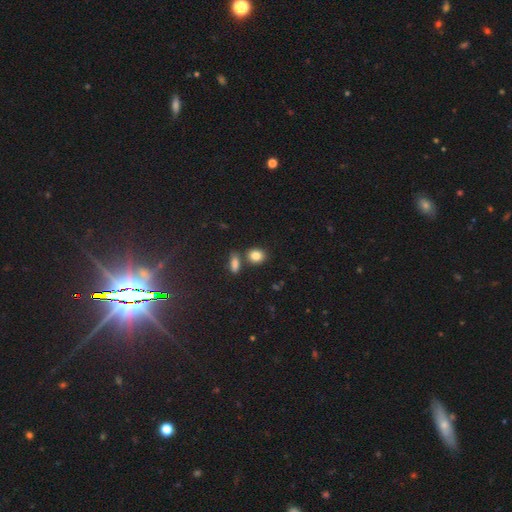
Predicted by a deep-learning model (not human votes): This appears to be a smooth galaxy with no disk features (84%) that is round (51%). Merging: none (66%).